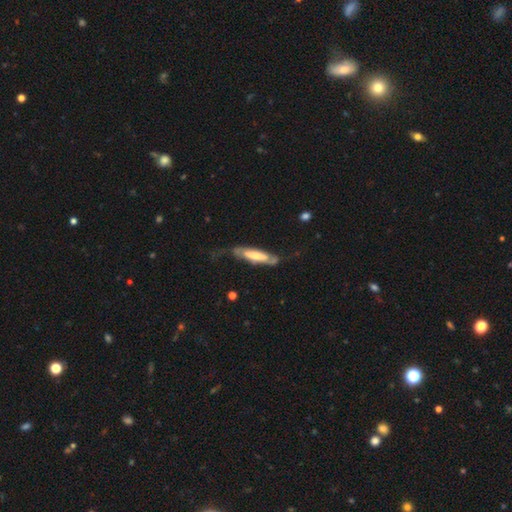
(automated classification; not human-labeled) This appears to be a featured or disk galaxy (52%) viewed edge-on (51%). Merging: none (46%).